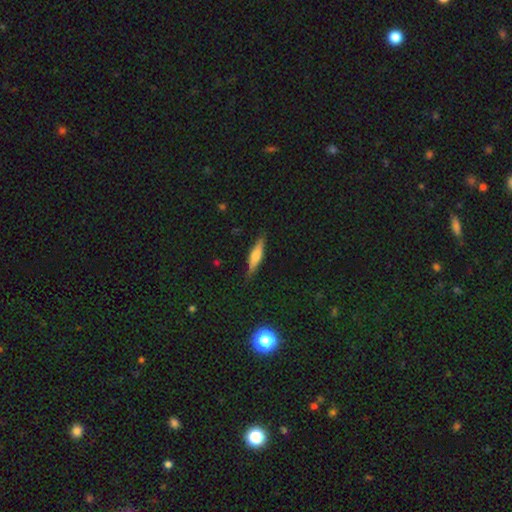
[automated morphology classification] Smooth or featured? smooth (56%)
How rounded? cigar-shaped (75%)
Merging? none (84%)